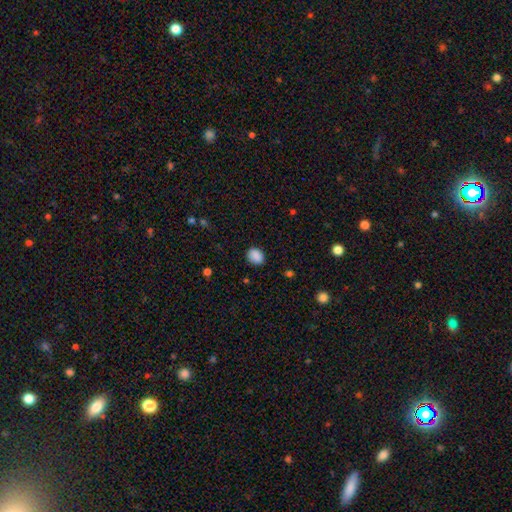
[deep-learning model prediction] Morphology: type=smooth (89%); roundness=in between (56%); merging=none (86%).